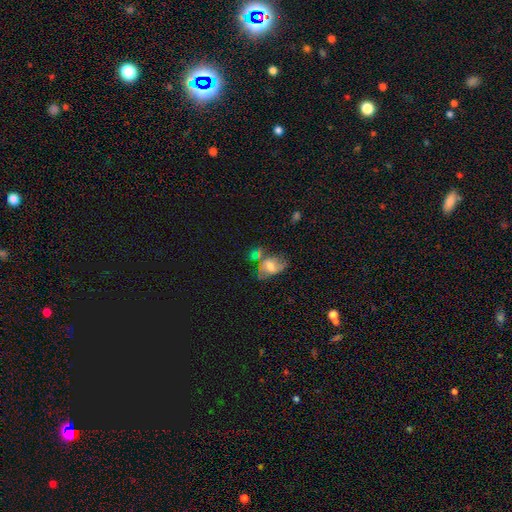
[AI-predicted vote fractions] This appears to be a featured or disk galaxy (51%). Merging: none (38%).